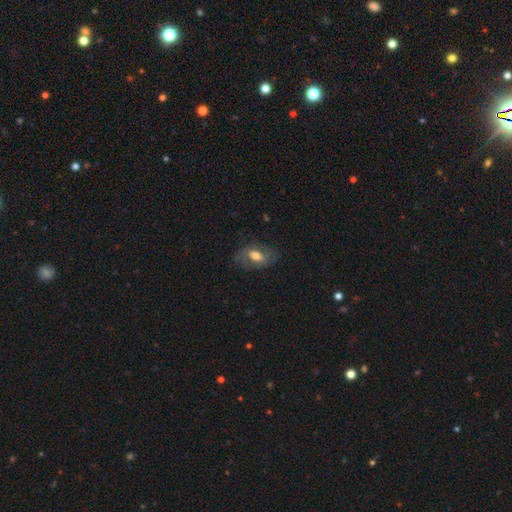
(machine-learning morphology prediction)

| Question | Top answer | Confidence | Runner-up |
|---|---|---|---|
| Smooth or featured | featured or disk | 46% | tied: smooth (46%) |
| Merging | none | 68% | minor disturbance (20%) |